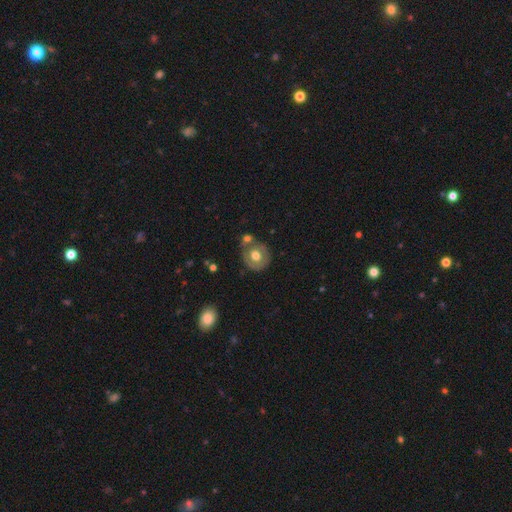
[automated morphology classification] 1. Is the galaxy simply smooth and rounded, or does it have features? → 57% smooth, 36% featured or disk, 7% star or artifact.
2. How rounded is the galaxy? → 81% round, 18% in between, 1% cigar-shaped.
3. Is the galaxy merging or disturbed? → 59% none, 20% merger, 15% minor disturbance, 5% major disturbance.